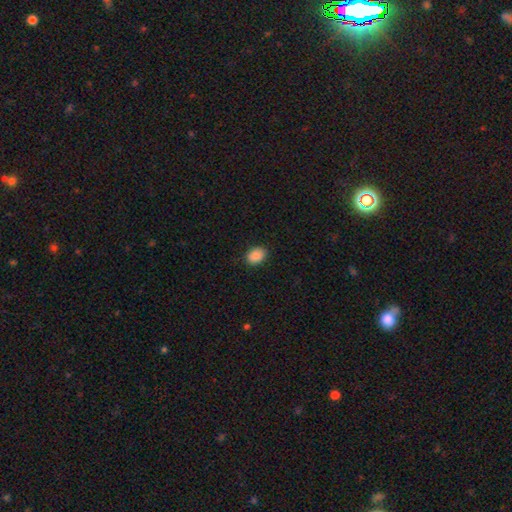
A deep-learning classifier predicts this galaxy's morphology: smooth 89%, star or artifact 8%, featured or disk 3%. Down the decision tree: how rounded — in between (73%); merging — none (88%).